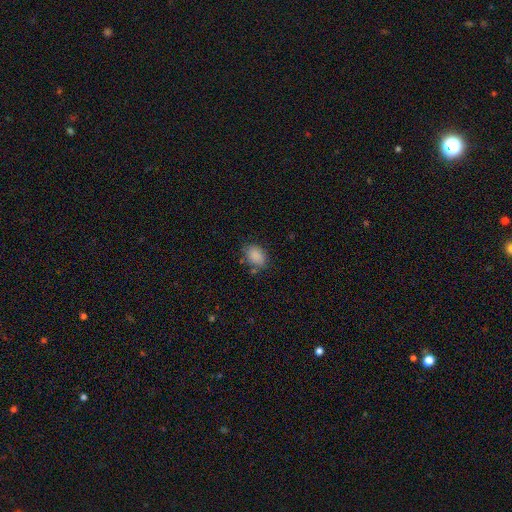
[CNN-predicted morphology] smooth_or_featured: smooth (p=0.86) [alt: star or artifact p=0.09]
how_rounded: in between (p=0.80) [alt: round p=0.19]
merging: none (p=0.72) [alt: minor disturbance p=0.19]